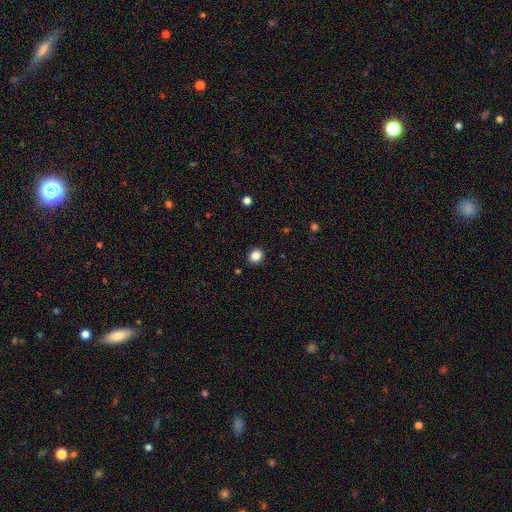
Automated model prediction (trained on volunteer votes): Smooth or featured: smooth — 86% (star or artifact — 11%)
How rounded: round — 75% (in between — 24%)
Merging: none — 91% (minor disturbance — 6%)